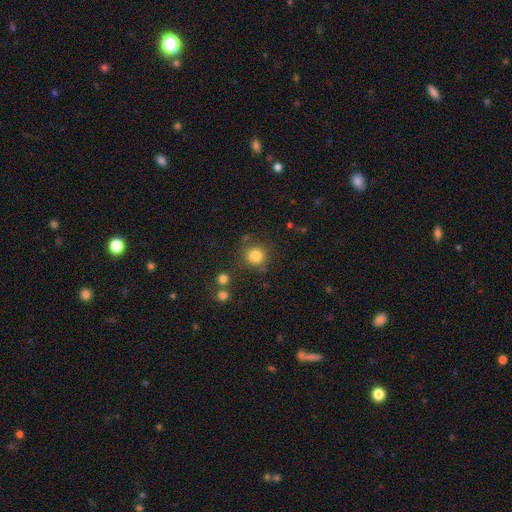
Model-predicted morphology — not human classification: This is clearly a smooth galaxy (82%). How rounded: clearly round (90%). Merging: likely none (77%).